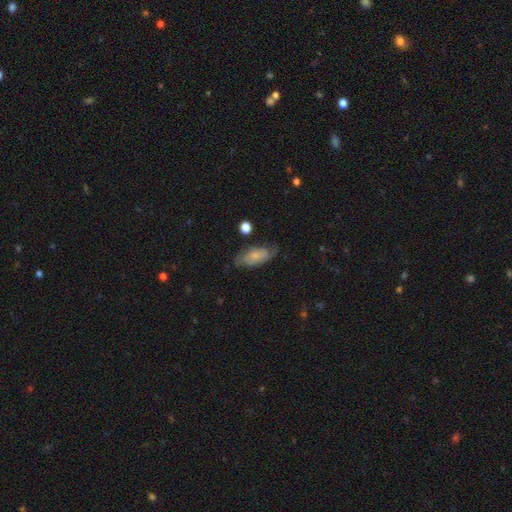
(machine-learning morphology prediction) type=smooth (50%); roundness=in between (85%); merging=none (66%).